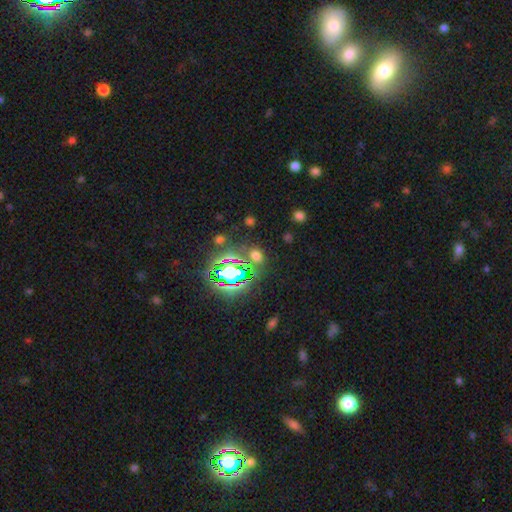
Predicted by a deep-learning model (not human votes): Smooth or featured? star or artifact (47%)